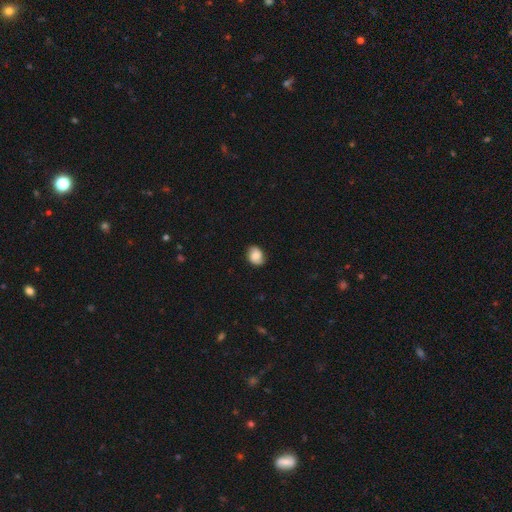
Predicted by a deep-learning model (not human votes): Q: Smooth or featured?
A: smooth (67%); runner-up: featured or disk (24%)
Q: How rounded?
A: in between (51%); runner-up: round (48%)
Q: Merging?
A: none (79%); runner-up: minor disturbance (16%)